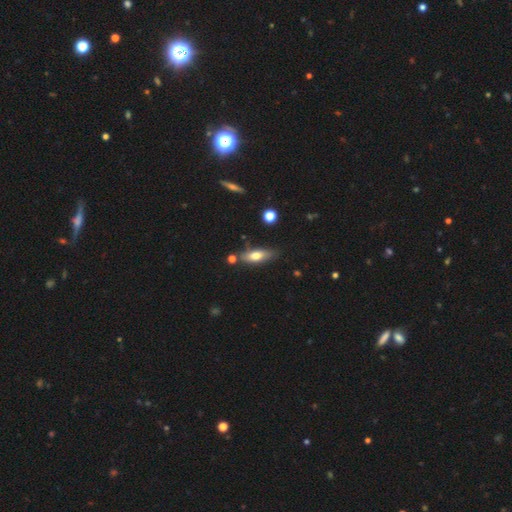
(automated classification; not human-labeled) The model was most divided on "how rounded": in between: 57%, cigar-shaped: 40%, round: 3%. More confident: merging — none (72%); smooth or featured — smooth (65%).